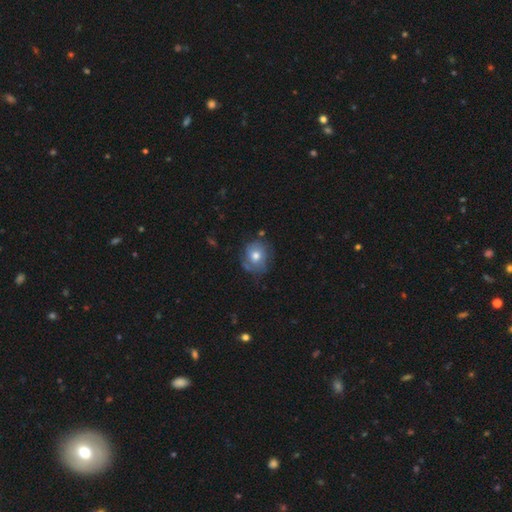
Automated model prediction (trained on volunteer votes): Overall: smooth (65%; featured or disk 27%). How rounded: round (76%). Merging: none (63%; minor disturbance 25%).